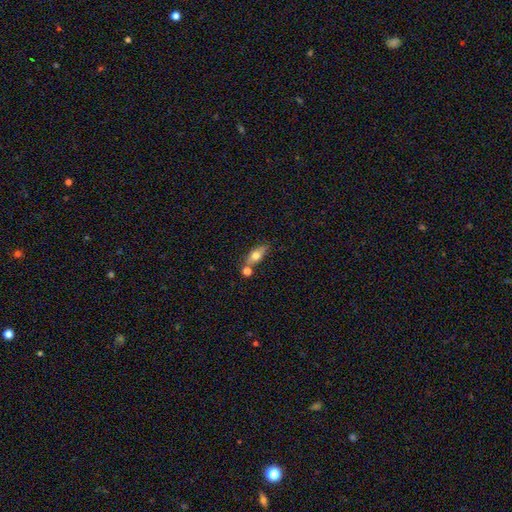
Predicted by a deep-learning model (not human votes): Q: Smooth or featured?
A: smooth (64%); runner-up: featured or disk (28%)
Q: How rounded?
A: in between (71%); runner-up: cigar-shaped (21%)
Q: Merging?
A: none (56%); runner-up: merger (27%)